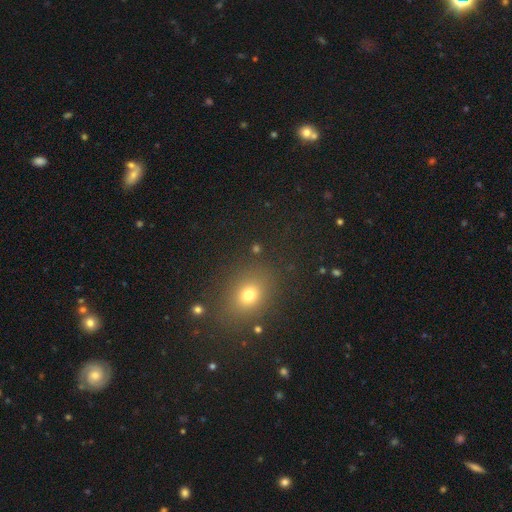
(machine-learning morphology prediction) type=smooth (62%); roundness=round (58%); merging=none (87%).